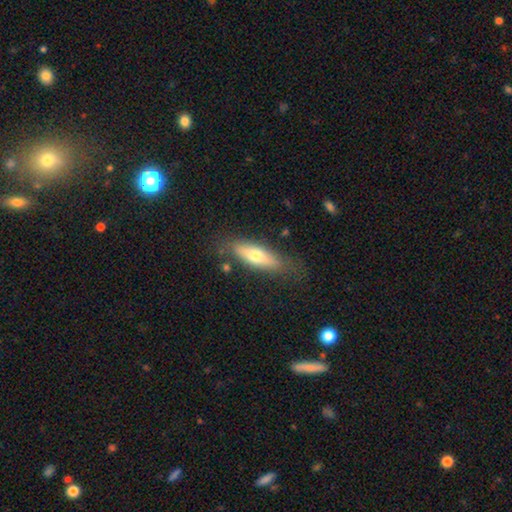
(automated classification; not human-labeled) This appears to be a smooth galaxy with no disk features (61%) that is in between round and cigar-shaped (54%). Merging: none (76%).